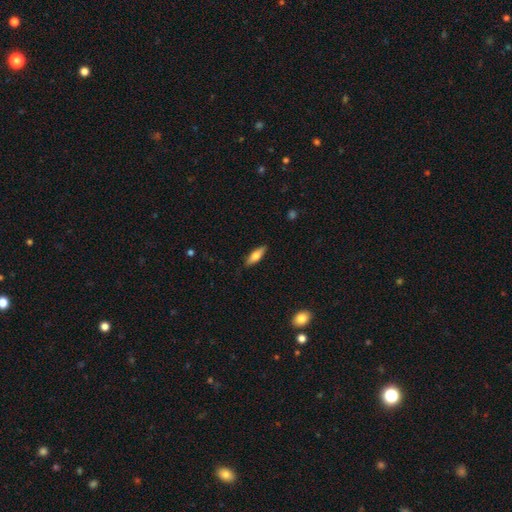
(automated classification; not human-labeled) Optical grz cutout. It shows a smooth galaxy with no disk features (67%) that is in between round and cigar-shaped (52%). Merging: none (88%).